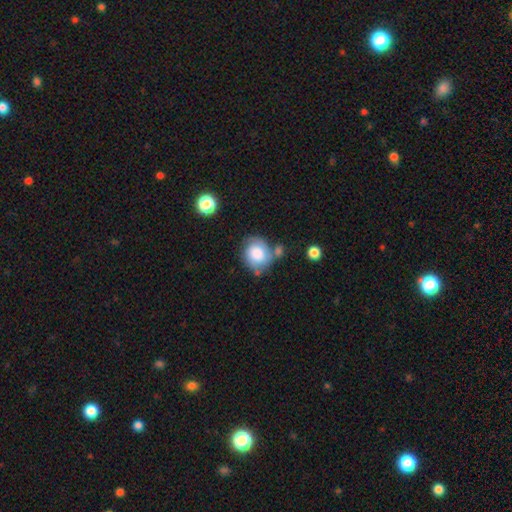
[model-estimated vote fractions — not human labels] smooth-or-featured: smooth: 69% | featured or disk: 23% | star or artifact: 8%
  how-rounded: round: 73% | in between: 26% | cigar-shaped: 1%
  merging: none: 49% | minor disturbance: 25% | merger: 16% | major disturbance: 10%